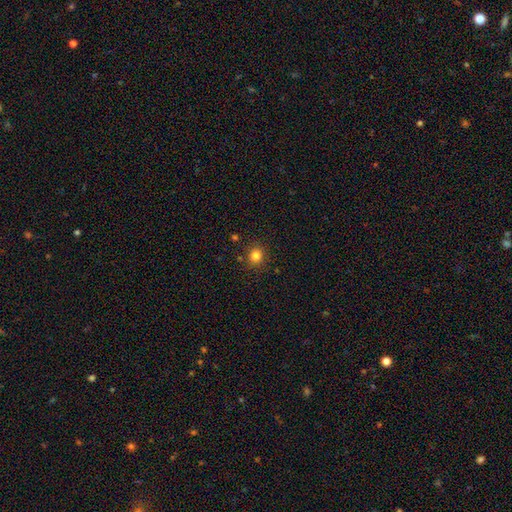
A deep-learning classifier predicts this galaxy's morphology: This is clearly a smooth galaxy (82%). How rounded: clearly round (86%). Merging: clearly none (87%).